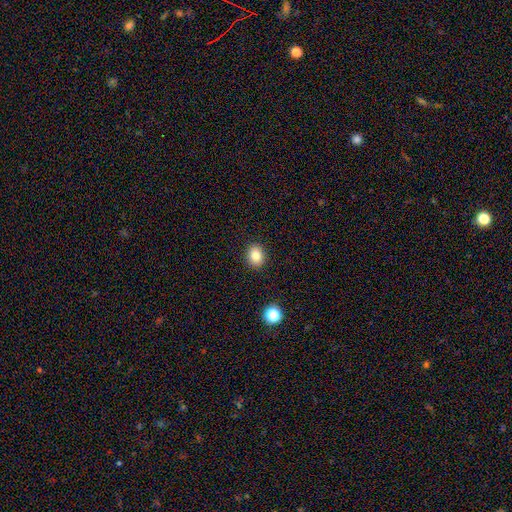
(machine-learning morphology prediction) Overall: smooth (82%). How rounded: round (59%; in between 40%). Merging: none (90%).